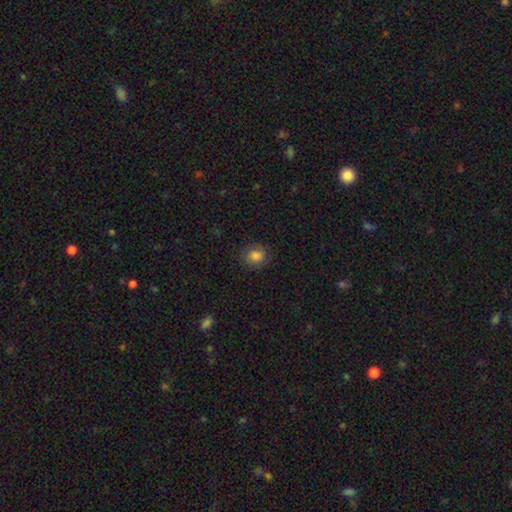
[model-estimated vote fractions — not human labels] Overall: smooth (82%). How rounded: round (74%). Merging: none (83%).